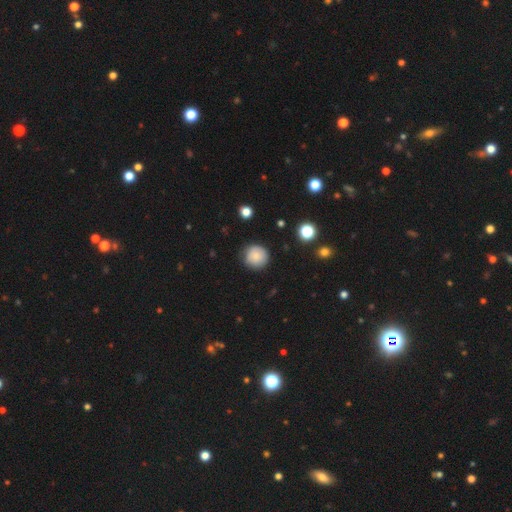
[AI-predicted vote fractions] smooth-or-featured: smooth: 84% | star or artifact: 9% | featured or disk: 7%
  how-rounded: round: 94% | in between: 5% | cigar-shaped: 1%
  merging: none: 85% | minor disturbance: 11% | major disturbance: 3% | merger: 1%